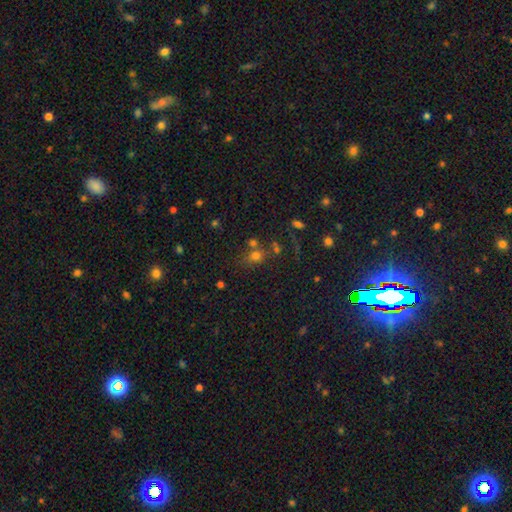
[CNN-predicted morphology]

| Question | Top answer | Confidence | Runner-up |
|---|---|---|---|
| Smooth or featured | smooth | 66% | star or artifact (23%) |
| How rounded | round | 70% | in between (29%) |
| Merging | none | 53% | merger (27%) |